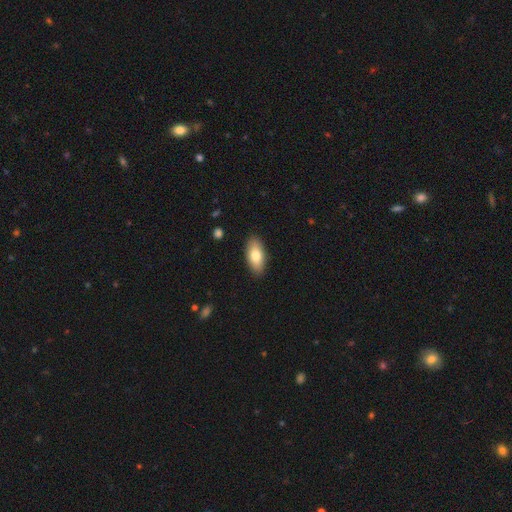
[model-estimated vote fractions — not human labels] Morphology: type=smooth (78%); roundness=in between (88%); merging=none (89%).